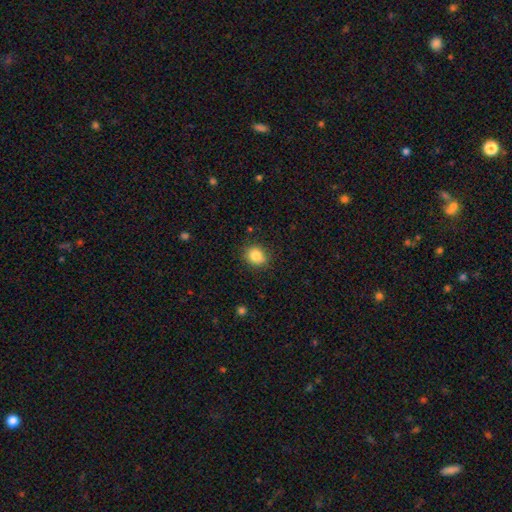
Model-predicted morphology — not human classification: This appears to be a smooth galaxy with no disk features (85%) that is round (65%). Merging: none (85%).